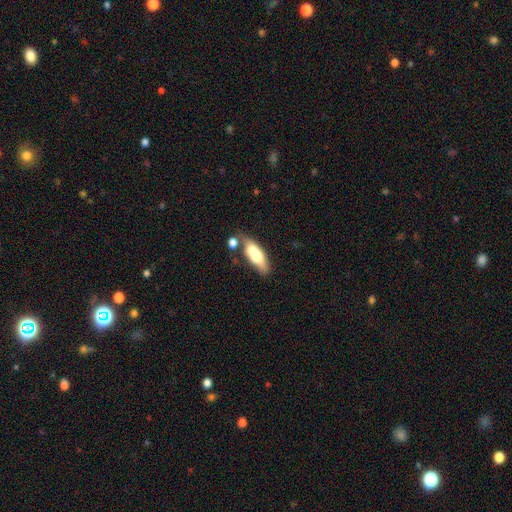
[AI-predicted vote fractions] Smooth or featured: smooth — 59% (featured or disk — 34%)
How rounded: in between — 64% (cigar-shaped — 32%)
Merging: none — 45% (merger — 29%)